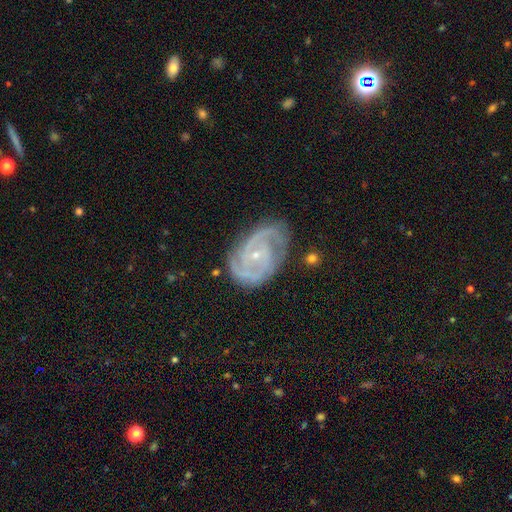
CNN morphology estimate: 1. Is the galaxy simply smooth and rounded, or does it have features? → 89% featured or disk, 7% star or artifact, 5% smooth.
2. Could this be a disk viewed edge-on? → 98% no, 2% yes.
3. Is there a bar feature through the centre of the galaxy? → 61% no, 29% weak, 10% strong.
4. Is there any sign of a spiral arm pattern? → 98% yes, 2% no.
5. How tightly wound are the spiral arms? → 60% tight, 34% medium, 5% loose.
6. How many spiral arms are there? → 60% 2, 19% 3, 8% can't tell, 4% 4, 4% 1, 4% more than 4.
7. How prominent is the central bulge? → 81% small, 15% moderate, 2% none, 1% large, 1% dominant.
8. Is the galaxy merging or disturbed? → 72% none, 20% minor disturbance, 6% major disturbance, 2% merger.